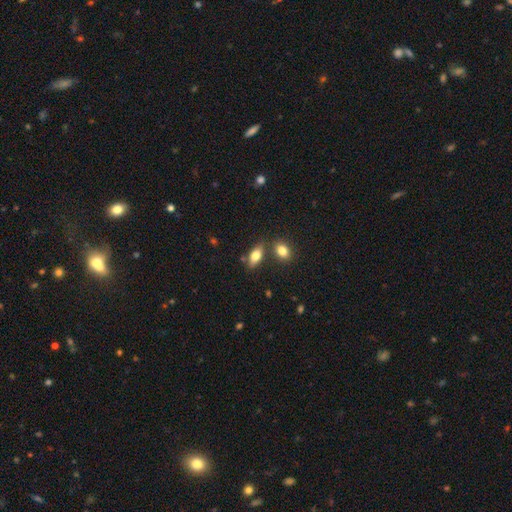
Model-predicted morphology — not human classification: A smooth galaxy with no disk features (75%) that is in between round and cigar-shaped (82%). Merging: none (72%).